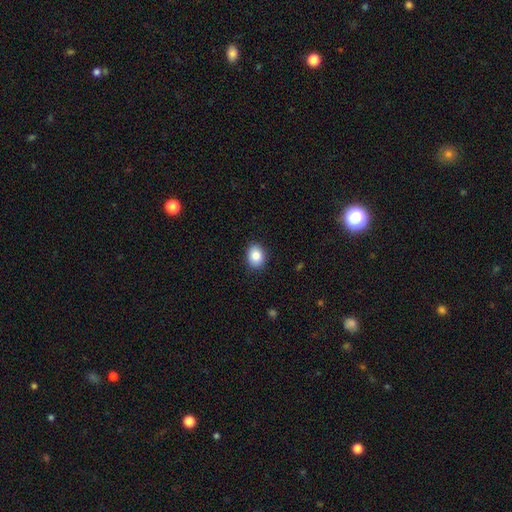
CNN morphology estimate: type=smooth (86%); roundness=in between (60%); merging=none (89%).